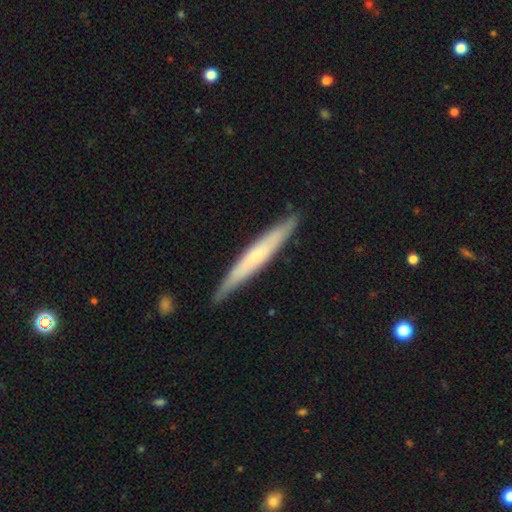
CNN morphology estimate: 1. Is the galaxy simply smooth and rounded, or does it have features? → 48% smooth, 46% featured or disk, 5% star or artifact.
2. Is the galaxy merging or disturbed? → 87% none, 10% minor disturbance, 2% major disturbance, 1% merger.